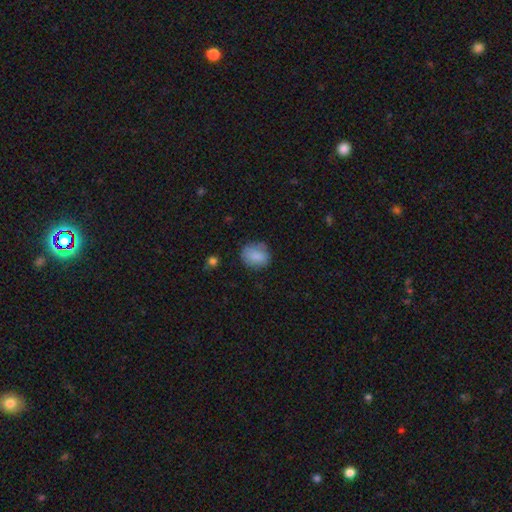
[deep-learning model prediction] This appears to be a smooth galaxy with no disk features (84%) that is round (60%). Merging: none (71%).